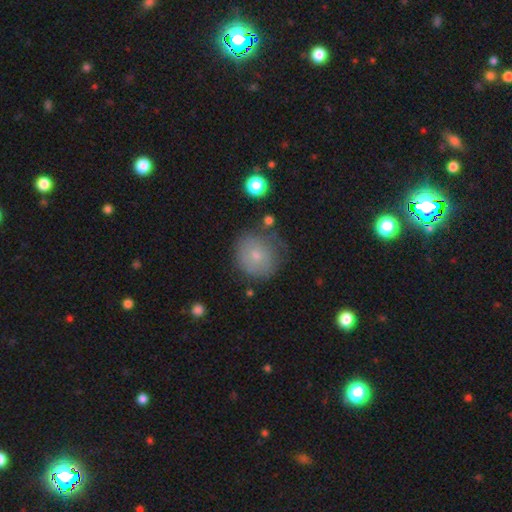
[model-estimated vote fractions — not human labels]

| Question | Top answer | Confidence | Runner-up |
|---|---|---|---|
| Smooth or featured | smooth | 63% | featured or disk (28%) |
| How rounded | round | 86% | in between (13%) |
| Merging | none | 62% | minor disturbance (24%) |